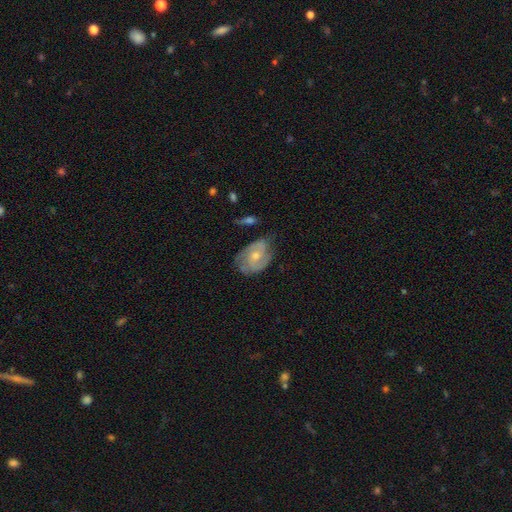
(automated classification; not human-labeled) featured or disk 73%, smooth 21%, star or artifact 6%. Down the decision tree: edge-on disk — no (97%); bar — no (66%); spiral arms — yes (90%); spiral arm count — 2 (61%); spiral winding — medium (43%, tied with tight); bulge size — moderate (52%); merging — none (59%).